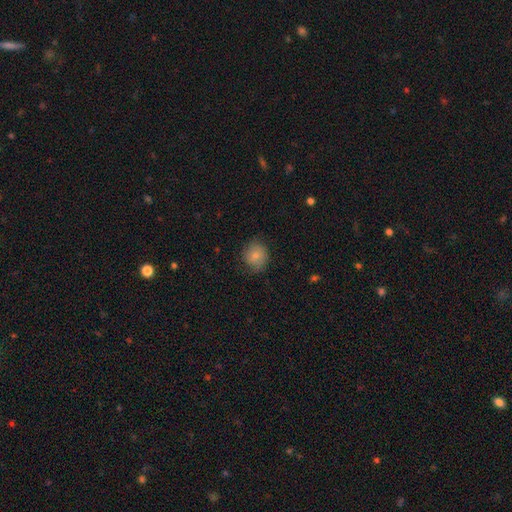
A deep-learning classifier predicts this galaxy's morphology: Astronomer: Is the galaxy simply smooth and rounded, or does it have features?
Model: smooth — 74%.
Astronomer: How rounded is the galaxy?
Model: round — 81%.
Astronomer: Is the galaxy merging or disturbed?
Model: none — 72%.